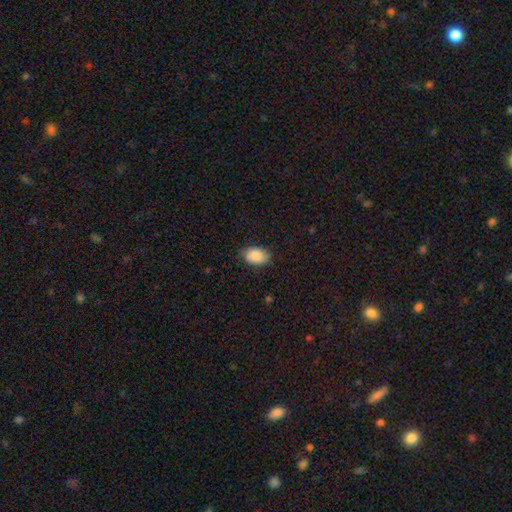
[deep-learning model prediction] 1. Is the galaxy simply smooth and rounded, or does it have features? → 89% smooth, 7% star or artifact, 4% featured or disk.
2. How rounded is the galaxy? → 86% in between, 13% round, 1% cigar-shaped.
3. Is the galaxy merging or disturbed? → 80% none, 16% minor disturbance, 3% major disturbance, 1% merger.